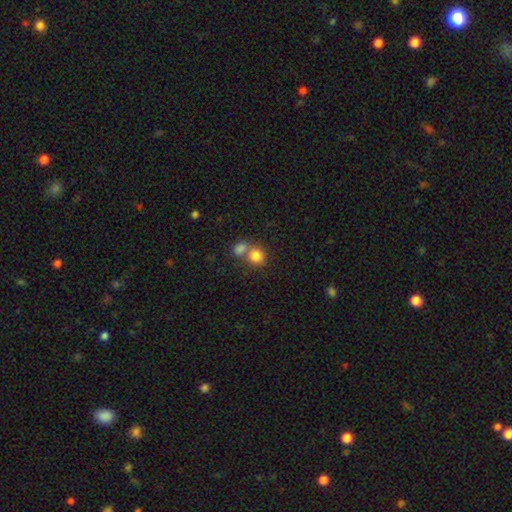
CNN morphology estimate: A smooth galaxy with no disk features (81%) that is round (82%). Merging: merger (47%).